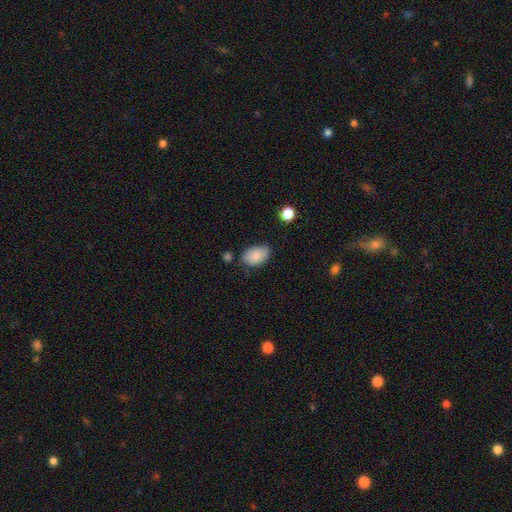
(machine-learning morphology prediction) smooth_or_featured: smooth (p=0.87) [alt: star or artifact p=0.07]
how_rounded: in between (p=0.89) [alt: round p=0.10]
merging: none (p=0.72) [alt: minor disturbance p=0.21]